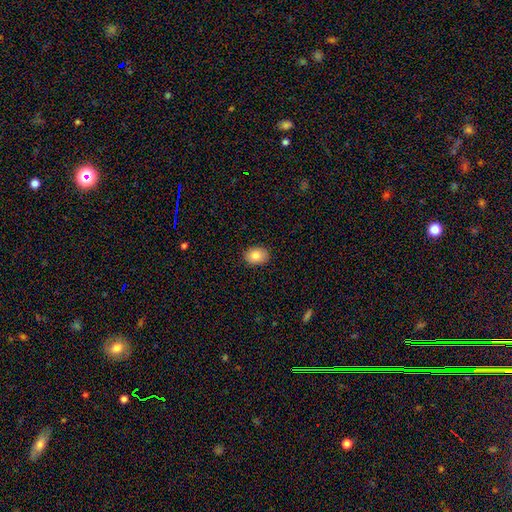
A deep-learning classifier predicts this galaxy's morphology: A smooth galaxy with no disk features (84%) that is in between round and cigar-shaped (68%). Merging: none (89%).